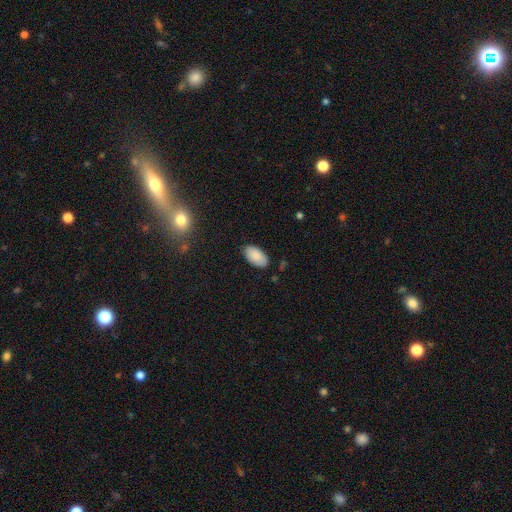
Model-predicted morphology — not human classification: A smooth galaxy with no disk features (88%) that is in between round and cigar-shaped (96%).

Vote fractions:
- Smooth or featured? smooth: 88% / star or artifact: 7% / featured or disk: 6%
- How rounded? in between: 96% / round: 3% / cigar-shaped: 2%
- Merging? none: 85% / minor disturbance: 12% / major disturbance: 2% / merger: 1%